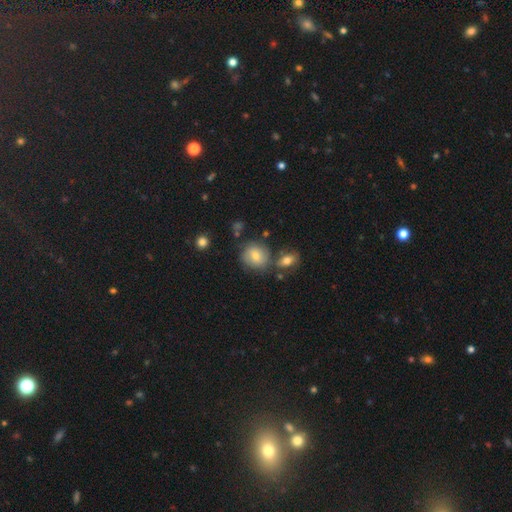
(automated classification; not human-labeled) Q: Smooth or featured?
A: smooth (63%); runner-up: featured or disk (24%)
Q: How rounded?
A: round (79%); runner-up: in between (19%)
Q: Merging?
A: none (68%); runner-up: merger (14%)